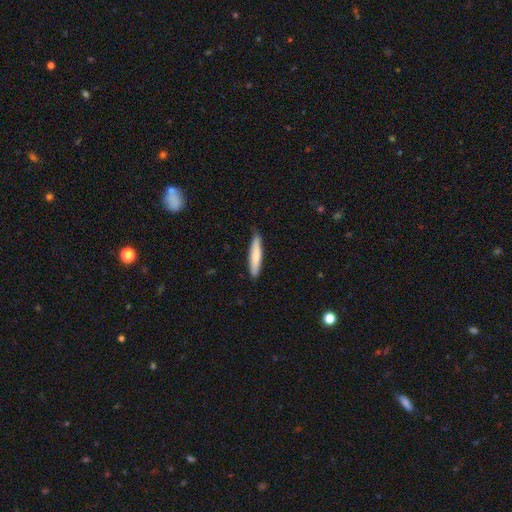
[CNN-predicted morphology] smooth-or-featured: smooth: 78% | featured or disk: 17% | star or artifact: 5%
  how-rounded: cigar-shaped: 87% | in between: 11% | round: 1%
  merging: none: 83% | minor disturbance: 14% | major disturbance: 2% | merger: 1%